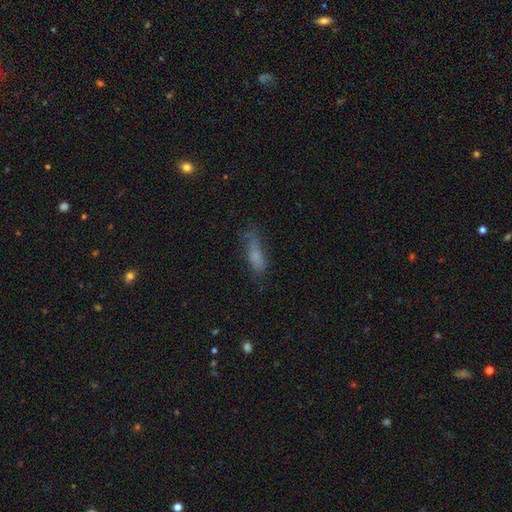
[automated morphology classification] smooth 69%, featured or disk 19%, star or artifact 12%. Down the decision tree: how rounded — cigar-shaped (58%); merging — none (56%).